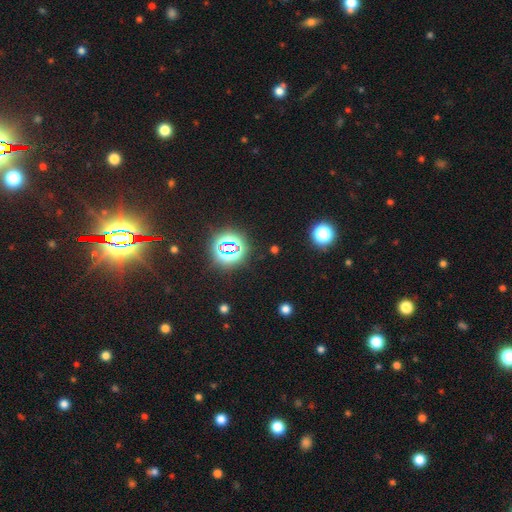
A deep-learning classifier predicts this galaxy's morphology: star or artifact 81%, smooth 12%, featured or disk 7%.